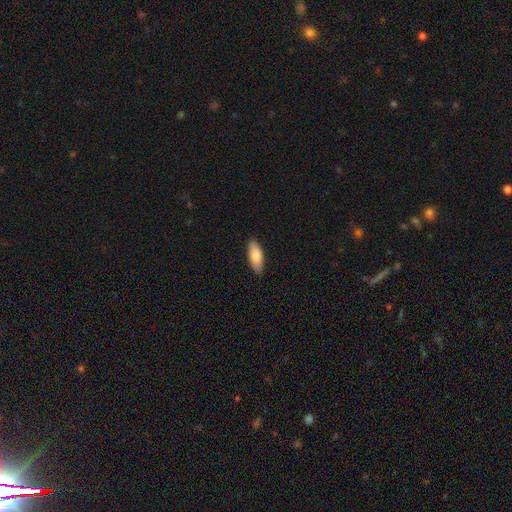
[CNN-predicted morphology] smooth_or_featured: smooth (p=0.81) [alt: featured or disk p=0.13]
how_rounded: in between (p=0.70) [alt: cigar-shaped p=0.28]
merging: none (p=0.88) [alt: minor disturbance p=0.10]